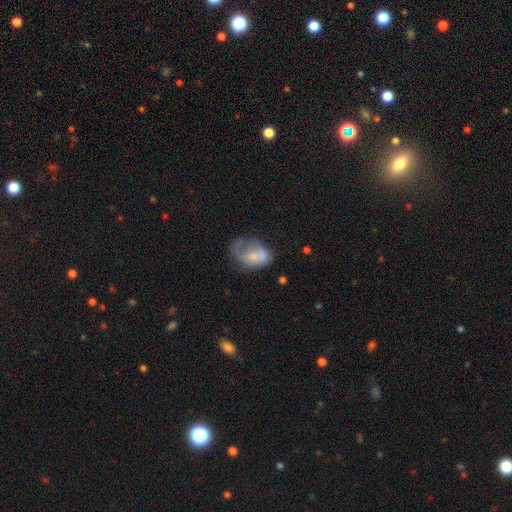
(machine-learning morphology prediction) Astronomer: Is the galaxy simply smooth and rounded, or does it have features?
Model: smooth — 51% (runner-up: featured or disk, 41%).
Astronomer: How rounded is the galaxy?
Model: in between — 75%.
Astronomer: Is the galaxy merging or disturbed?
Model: major disturbance — 40% (runner-up: none, 27%).